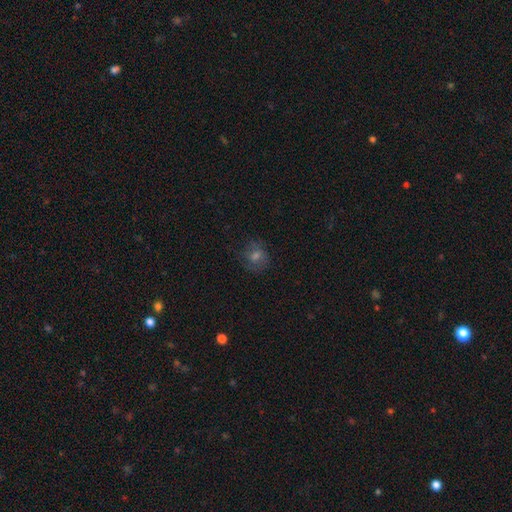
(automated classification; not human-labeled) Smooth or featured? Predicted: smooth (p=0.55). How rounded? Predicted: round (p=0.76). Merging? Predicted: none (p=0.76).